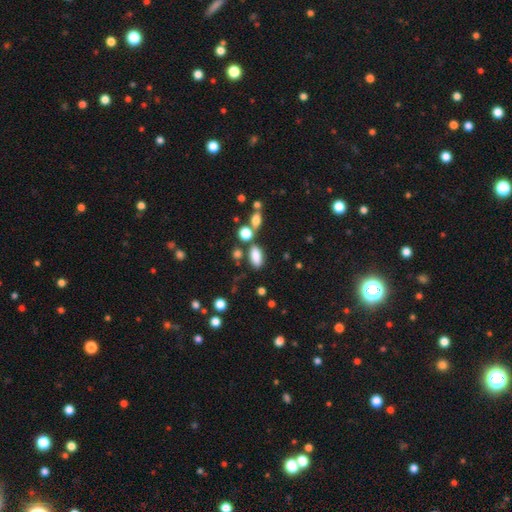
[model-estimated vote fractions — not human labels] This appears to be a smooth galaxy with no disk features (84%) that is in between round and cigar-shaped (87%). Merging: none (69%).